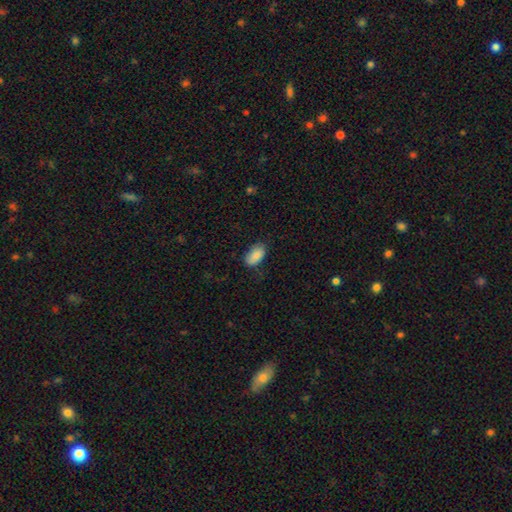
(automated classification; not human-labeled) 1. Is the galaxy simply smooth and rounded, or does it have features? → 87% smooth, 7% star or artifact, 6% featured or disk.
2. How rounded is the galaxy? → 94% in between, 4% round, 2% cigar-shaped.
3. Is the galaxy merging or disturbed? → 73% none, 21% minor disturbance, 5% major disturbance, 1% merger.